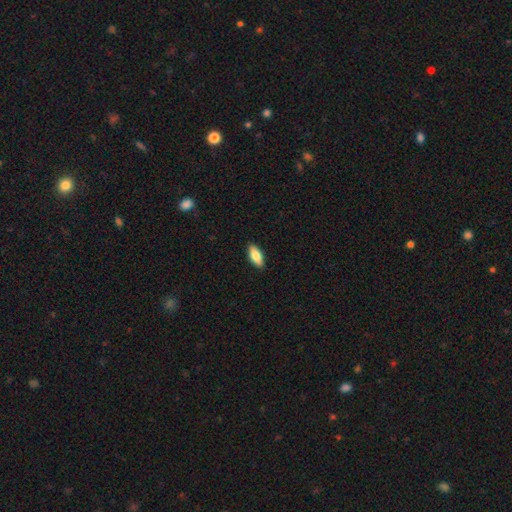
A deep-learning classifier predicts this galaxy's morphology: Smooth or featured: smooth — 82% (featured or disk — 12%)
How rounded: in between — 84% (cigar-shaped — 13%)
Merging: none — 89% (minor disturbance — 8%)